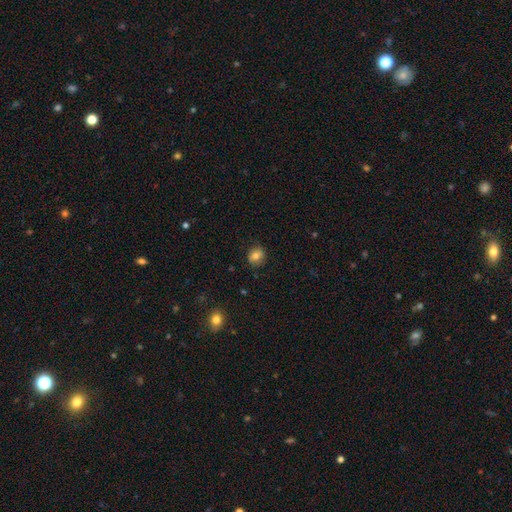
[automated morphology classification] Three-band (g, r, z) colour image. It shows a smooth galaxy with no disk features (77%) that is round (71%). Merging: none (84%).